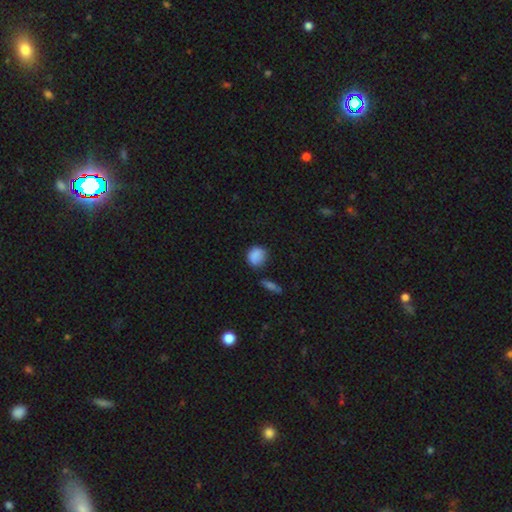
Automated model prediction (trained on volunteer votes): This is clearly a smooth galaxy (86%). How rounded: likely round (70%). Merging: likely none (68%).